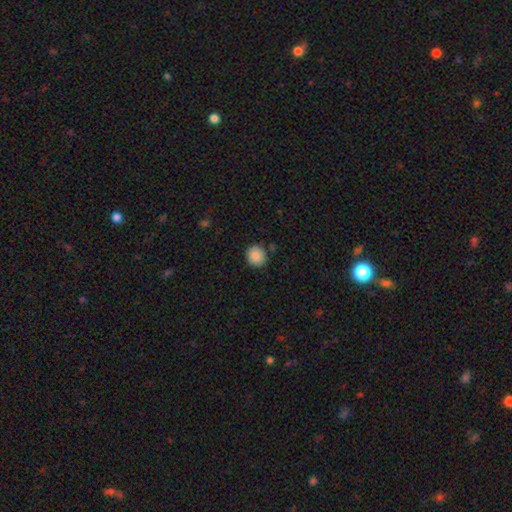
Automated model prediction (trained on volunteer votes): Overall: smooth (88%). How rounded: round (88%). Merging: none (86%).